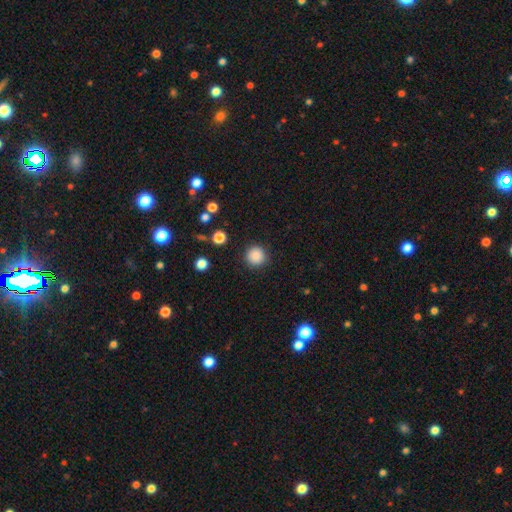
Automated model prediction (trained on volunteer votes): Smooth or featured: smooth — 86% (star or artifact — 10%)
How rounded: round — 94% (in between — 5%)
Merging: none — 89% (minor disturbance — 7%)